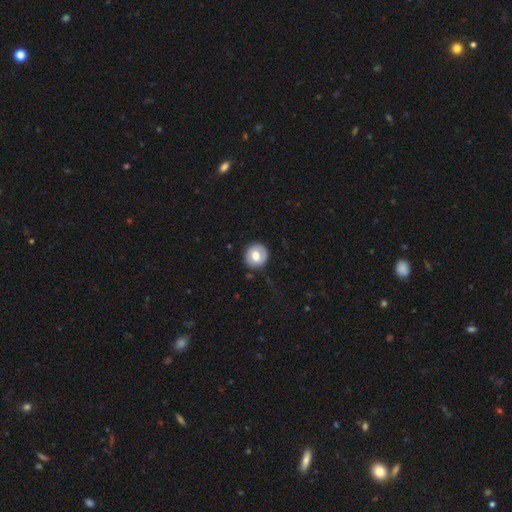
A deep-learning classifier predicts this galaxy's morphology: Smooth or featured? Predicted: smooth (p=0.65). How rounded? Predicted: round (p=0.89). Merging? Predicted: none (p=0.86).